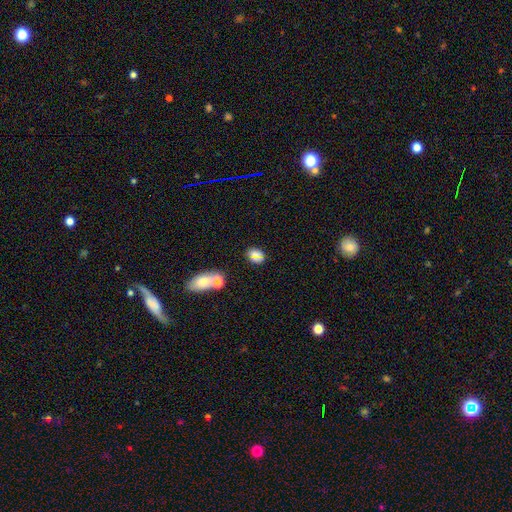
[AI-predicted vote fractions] A smooth galaxy with no disk features (70%) that is in between round and cigar-shaped (66%).

Vote fractions:
- Smooth or featured? smooth: 70% / star or artifact: 16% / featured or disk: 14%
- How rounded? in between: 66% / round: 32% / cigar-shaped: 2%
- Merging? none: 65% / minor disturbance: 15% / merger: 14% / major disturbance: 5%